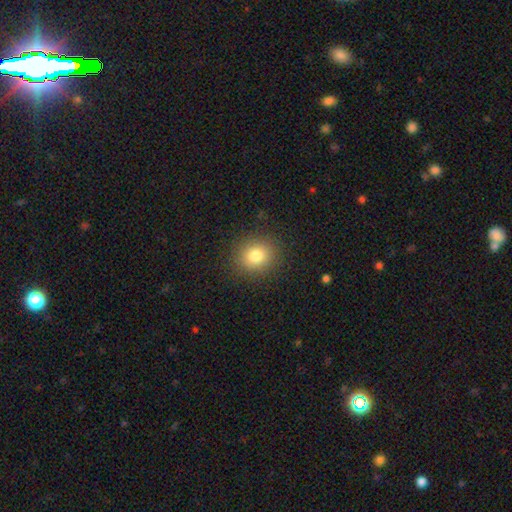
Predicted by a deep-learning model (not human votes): Q: Smooth or featured?
A: smooth (81%); runner-up: star or artifact (12%)
Q: How rounded?
A: round (81%); runner-up: in between (18%)
Q: Merging?
A: none (89%); runner-up: minor disturbance (7%)